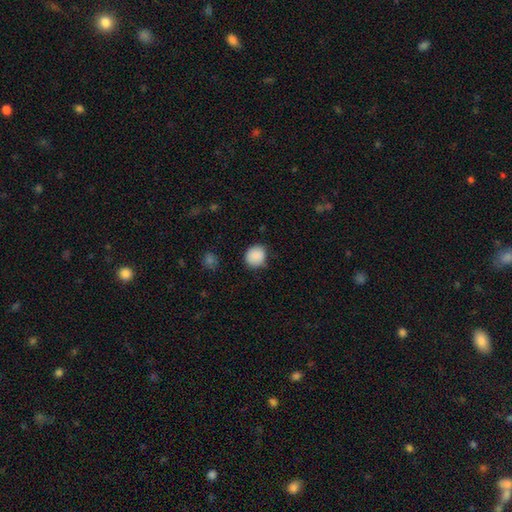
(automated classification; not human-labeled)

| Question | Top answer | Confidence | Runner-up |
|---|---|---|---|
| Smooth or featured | smooth | 88% | star or artifact (8%) |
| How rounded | round | 80% | in between (19%) |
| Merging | none | 78% | minor disturbance (17%) |